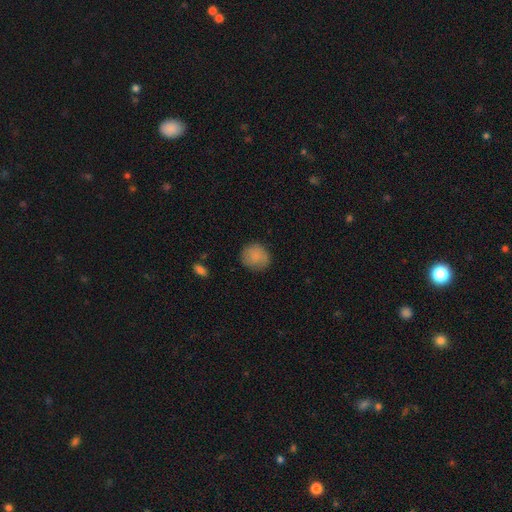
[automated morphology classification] Smooth or featured? smooth (85%)
How rounded? round (85%)
Merging? none (80%)